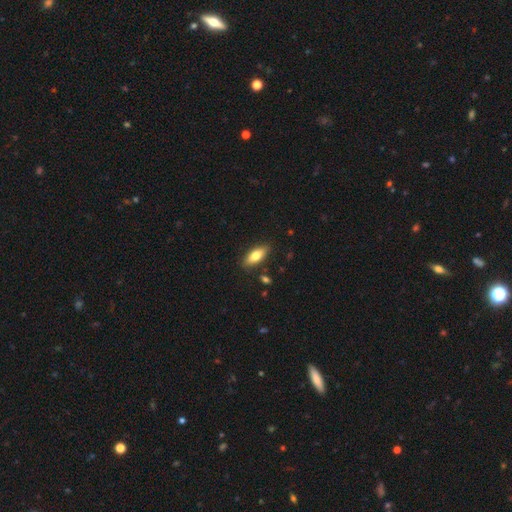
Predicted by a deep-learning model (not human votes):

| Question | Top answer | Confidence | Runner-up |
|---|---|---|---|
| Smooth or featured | smooth | 72% | featured or disk (21%) |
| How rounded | in between | 77% | cigar-shaped (20%) |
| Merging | none | 86% | minor disturbance (10%) |